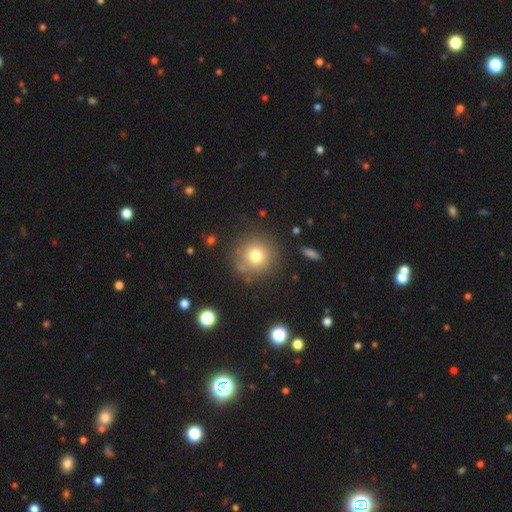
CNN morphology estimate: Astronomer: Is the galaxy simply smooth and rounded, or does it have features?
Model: smooth — 75%.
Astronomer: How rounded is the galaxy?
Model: round — 94%.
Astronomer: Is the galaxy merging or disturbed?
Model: none — 83%.